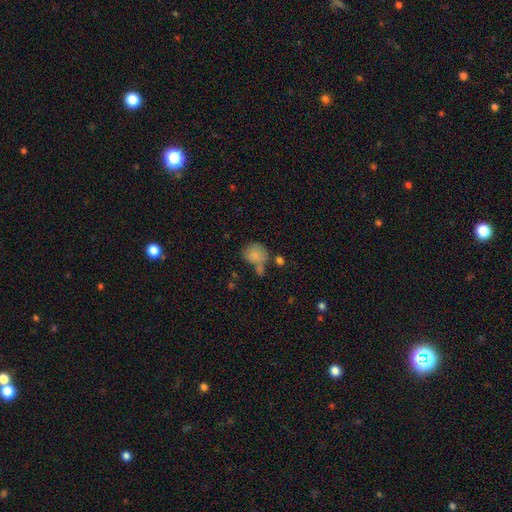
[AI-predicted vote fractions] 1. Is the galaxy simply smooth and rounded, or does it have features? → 82% smooth, 9% star or artifact, 9% featured or disk.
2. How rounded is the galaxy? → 70% round, 28% in between, 1% cigar-shaped.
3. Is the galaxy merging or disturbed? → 46% none, 26% merger, 19% minor disturbance, 9% major disturbance.